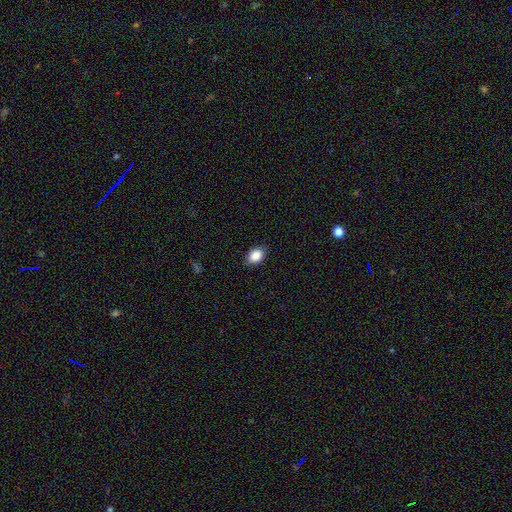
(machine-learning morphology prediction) Smooth or featured: smooth — 87% (star or artifact — 8%)
How rounded: in between — 75% (round — 24%)
Merging: none — 84% (minor disturbance — 13%)